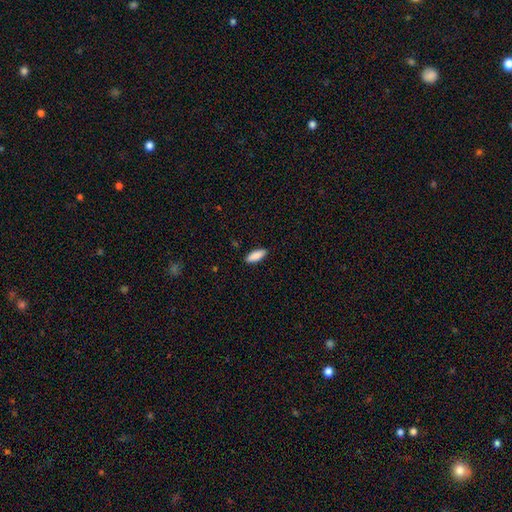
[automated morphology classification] Smooth or featured?
  - smooth: 88% *
  - featured or disk: 6%
  - star or artifact: 6%
How rounded?
  - in between: 69% *
  - cigar-shaped: 29%
  - round: 2%
Merging?
  - none: 89% *
  - minor disturbance: 8%
  - major disturbance: 2%
  - merger: 1%